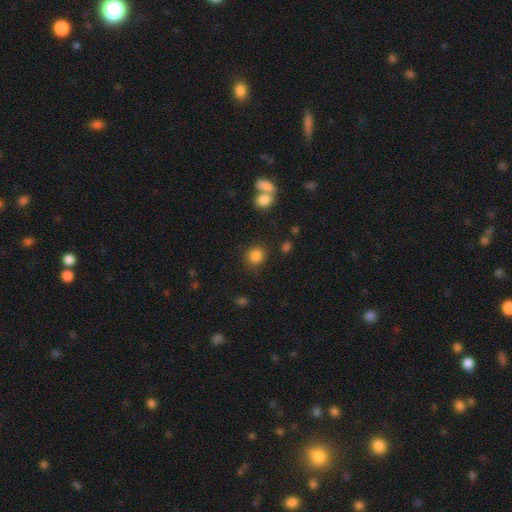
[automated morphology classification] Overall: smooth (84%). How rounded: round (85%). Merging: none (81%).